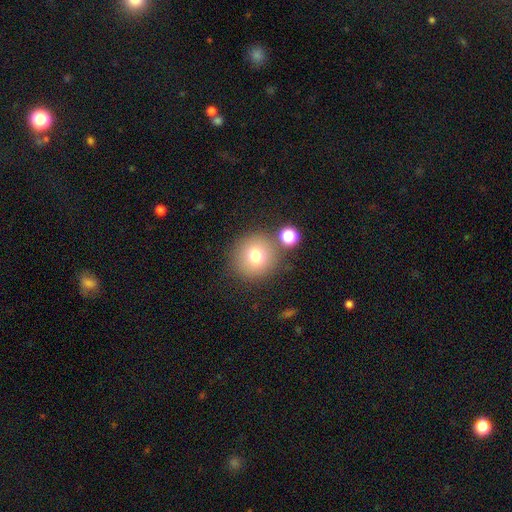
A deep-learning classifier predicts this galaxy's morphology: A smooth galaxy with no disk features (76%) that is round (92%). Merging: none (76%).